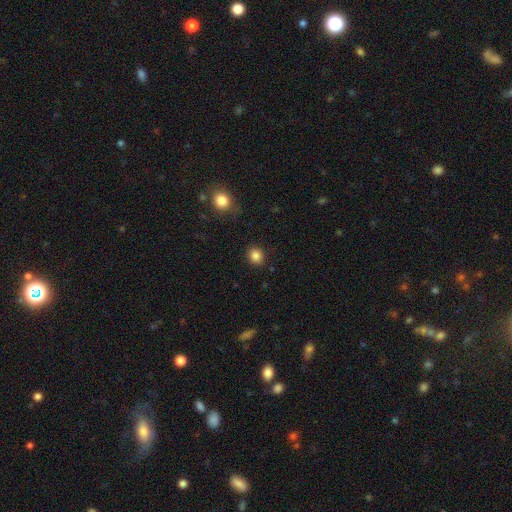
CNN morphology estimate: smooth 85%, star or artifact 11%, featured or disk 4%. Down the decision tree: how rounded — round (83%); merging — none (90%).